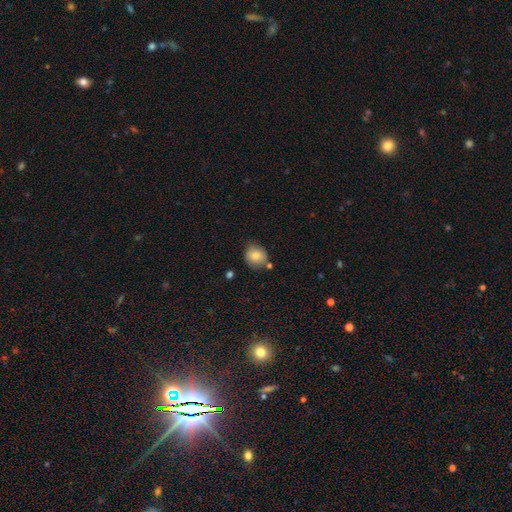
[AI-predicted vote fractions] Smooth or featured? smooth (80%)
How rounded? round (78%)
Merging? none (66%)